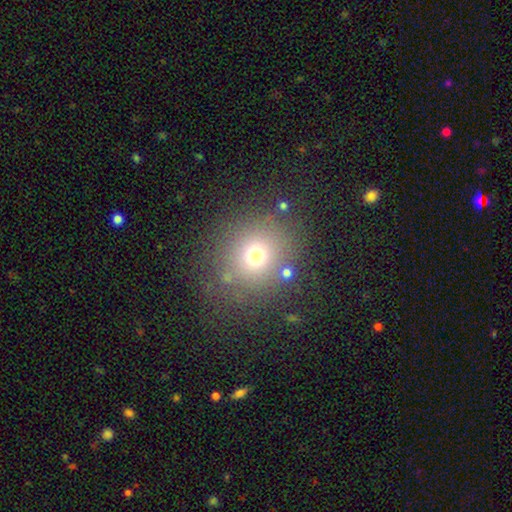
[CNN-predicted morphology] This is likely a smooth galaxy (69%). How rounded: clearly round (83%). Merging: likely none (79%).